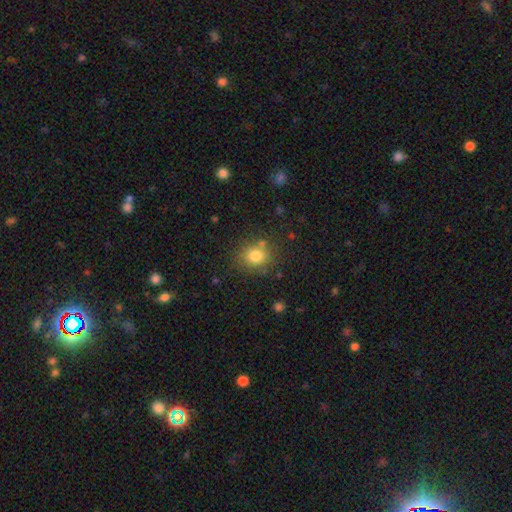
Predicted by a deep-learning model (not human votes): smooth 79%, star or artifact 13%, featured or disk 8%. Down the decision tree: how rounded — round (74%); merging — none (77%).